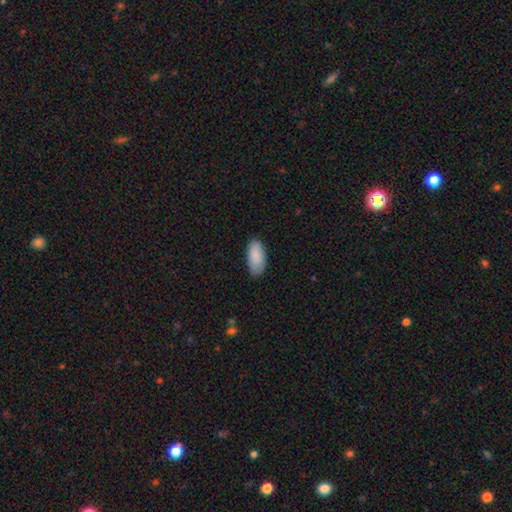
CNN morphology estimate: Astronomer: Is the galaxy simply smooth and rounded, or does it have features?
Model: smooth — 88%.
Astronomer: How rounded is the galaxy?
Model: in between — 93%.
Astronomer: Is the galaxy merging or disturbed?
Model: none — 82%.